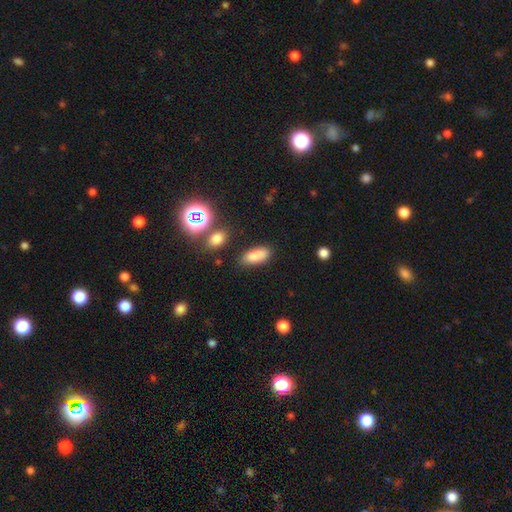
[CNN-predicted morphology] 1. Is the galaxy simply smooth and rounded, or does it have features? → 84% smooth, 10% star or artifact, 6% featured or disk.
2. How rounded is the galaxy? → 81% in between, 16% cigar-shaped, 4% round.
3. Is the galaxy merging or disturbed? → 79% none, 13% minor disturbance, 4% major disturbance, 4% merger.